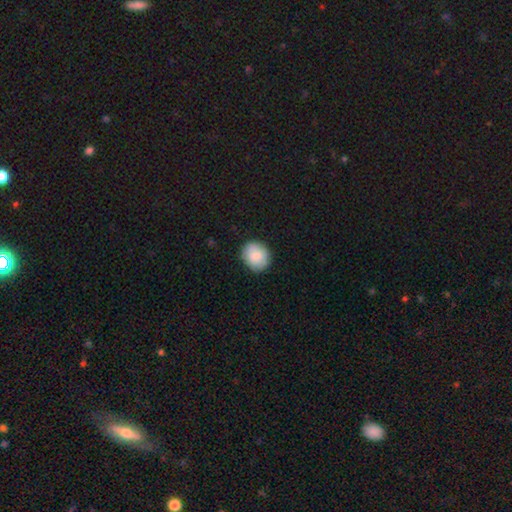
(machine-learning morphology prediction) smooth 82%, featured or disk 11%, star or artifact 6%. Down the decision tree: how rounded — round (75%); merging — none (87%).